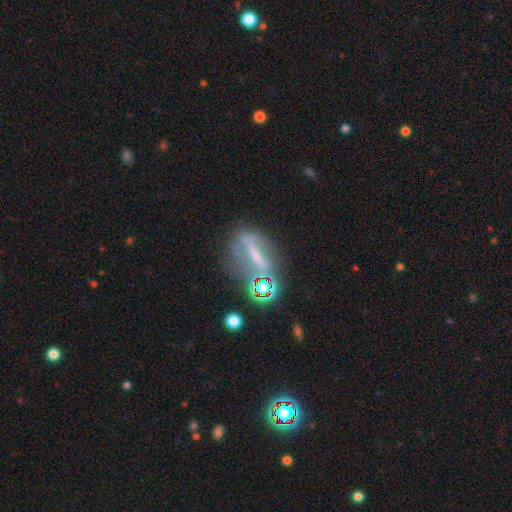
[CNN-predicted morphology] smooth_or_featured: featured or disk (p=0.52) [alt: smooth p=0.25]
disk_edge_on: no (p=0.69) [alt: yes p=0.31]
merging: none (p=0.50) [alt: minor disturbance p=0.21]